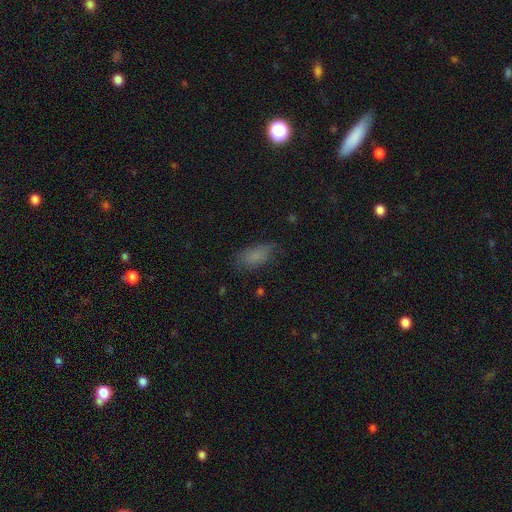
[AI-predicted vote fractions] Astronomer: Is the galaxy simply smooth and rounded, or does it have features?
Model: smooth — 79%.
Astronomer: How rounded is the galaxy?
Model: in between — 87%.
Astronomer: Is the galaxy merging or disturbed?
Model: none — 62%.